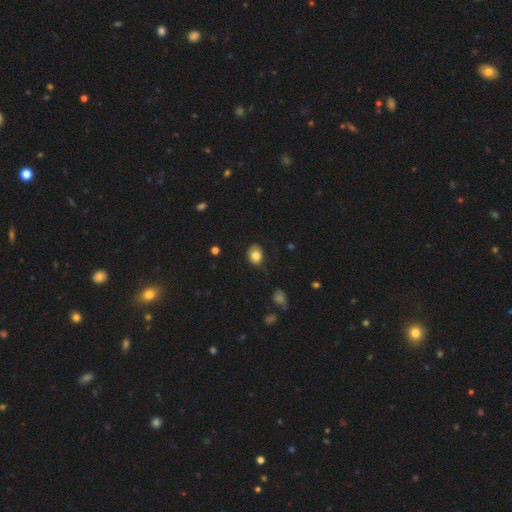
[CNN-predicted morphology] type=smooth (82%); roundness=in between (59%); merging=none (66%).